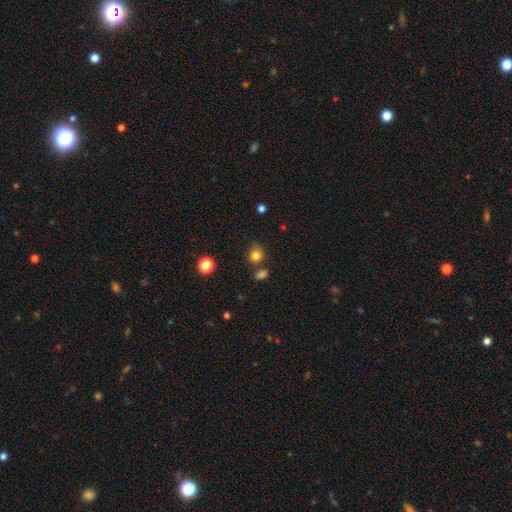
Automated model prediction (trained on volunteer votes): Overall: smooth (80%). How rounded: round (77%). Merging: none (66%).